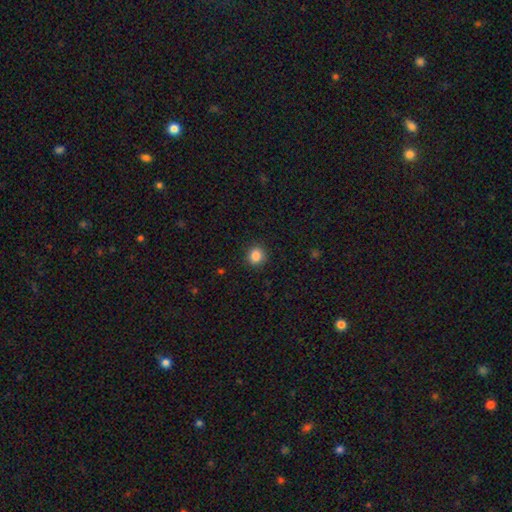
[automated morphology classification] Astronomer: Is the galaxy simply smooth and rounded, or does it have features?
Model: smooth — 86%.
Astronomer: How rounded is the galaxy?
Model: round — 86%.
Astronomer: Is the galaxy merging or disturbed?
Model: none — 90%.